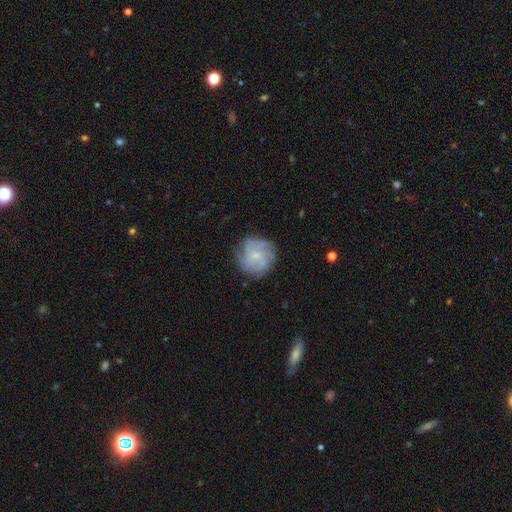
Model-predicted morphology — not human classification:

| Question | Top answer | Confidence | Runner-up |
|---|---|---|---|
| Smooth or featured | featured or disk | 67% | smooth (25%) |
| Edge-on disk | no | 98% | yes (2%) |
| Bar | no | 74% | weak (23%) |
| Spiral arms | yes | 91% | no (9%) |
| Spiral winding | tight | 49% | medium (37%) |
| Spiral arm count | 4 | 29% | can't tell (28%) |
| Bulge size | small | 73% | moderate (20%) |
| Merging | none | 78% | minor disturbance (15%) |